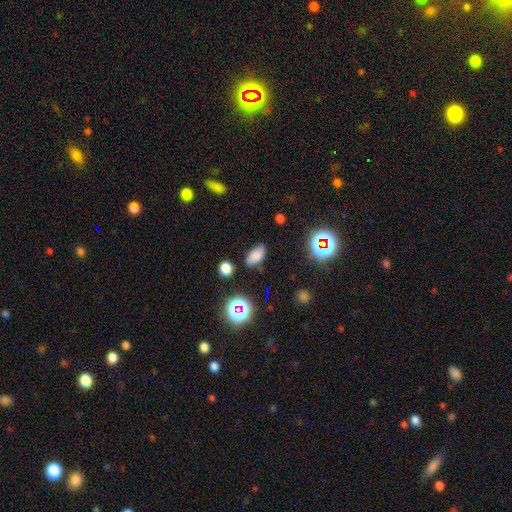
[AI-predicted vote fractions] The model was most divided on "smooth or featured": smooth: 77%, star or artifact: 15%, featured or disk: 8%. More confident: how rounded — in between (89%); merging — none (82%).